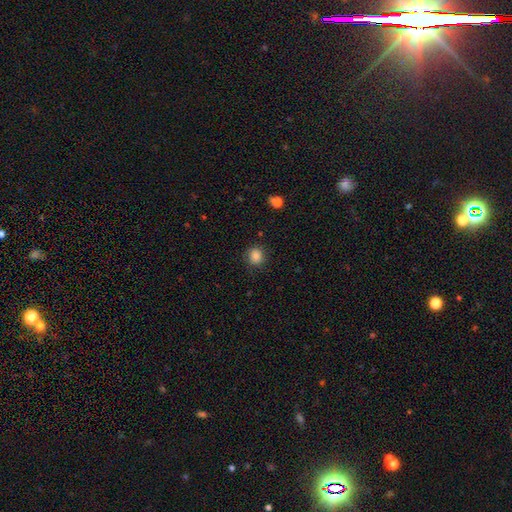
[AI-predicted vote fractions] Smooth or featured: smooth — 84% (star or artifact — 11%)
How rounded: round — 85% (in between — 14%)
Merging: none — 85% (minor disturbance — 11%)